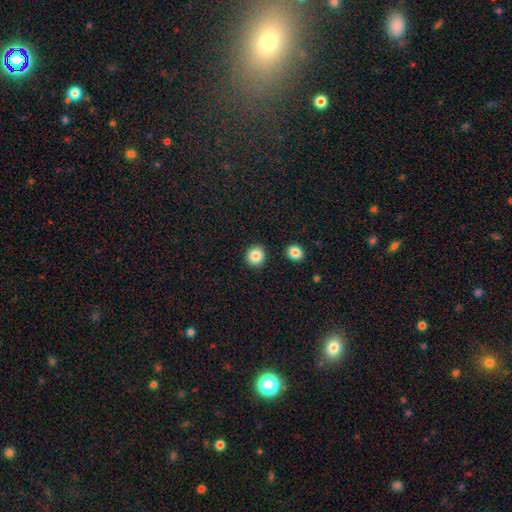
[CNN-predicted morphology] This appears to be a smooth galaxy with no disk features (87%) that is round (88%). Merging: none (90%).